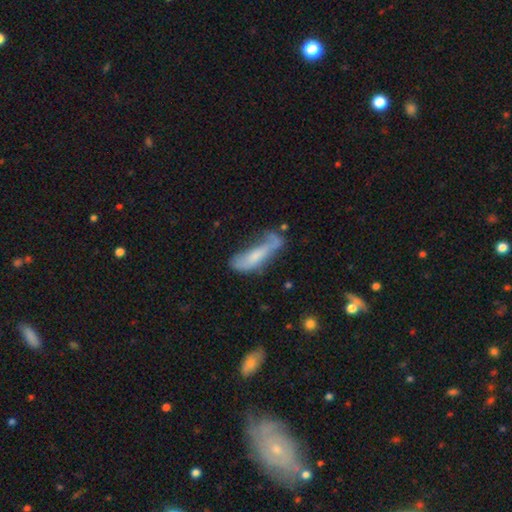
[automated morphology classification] This appears to be a smooth galaxy with no disk features (57%) that is cigar-shaped (53%). Merging: major disturbance (33%).